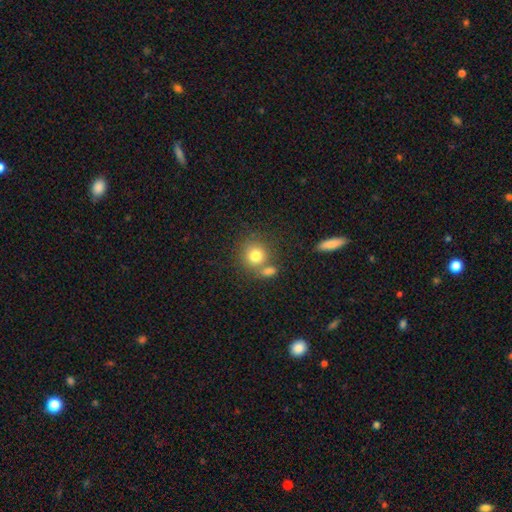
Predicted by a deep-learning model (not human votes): smooth_or_featured: smooth (p=0.79) [alt: star or artifact p=0.11]
how_rounded: round (p=0.85) [alt: in between p=0.14]
merging: none (p=0.57) [alt: merger p=0.28]